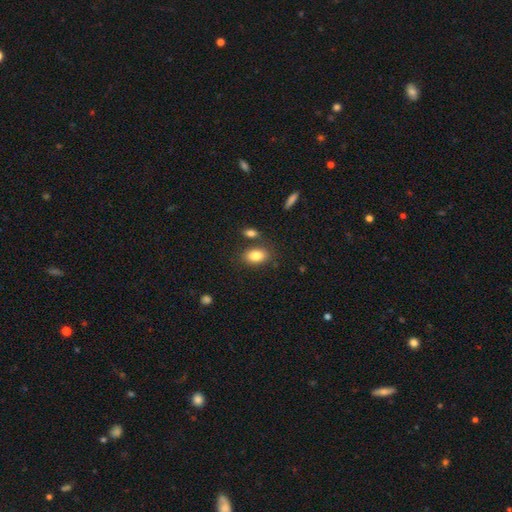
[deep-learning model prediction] Smooth or featured? Predicted: smooth (p=0.84). How rounded? Predicted: in between (p=0.86). Merging? Predicted: none (p=0.76).